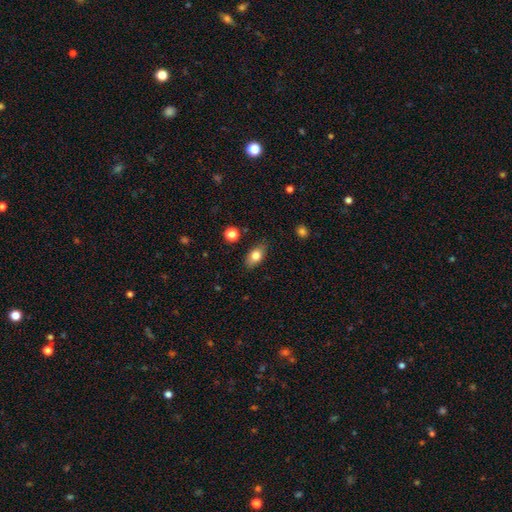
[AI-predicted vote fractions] Smooth or featured?
  - smooth: 79% *
  - featured or disk: 13%
  - star or artifact: 8%
How rounded?
  - in between: 85% *
  - round: 9%
  - cigar-shaped: 6%
Merging?
  - none: 84% *
  - minor disturbance: 12%
  - major disturbance: 3%
  - merger: 1%